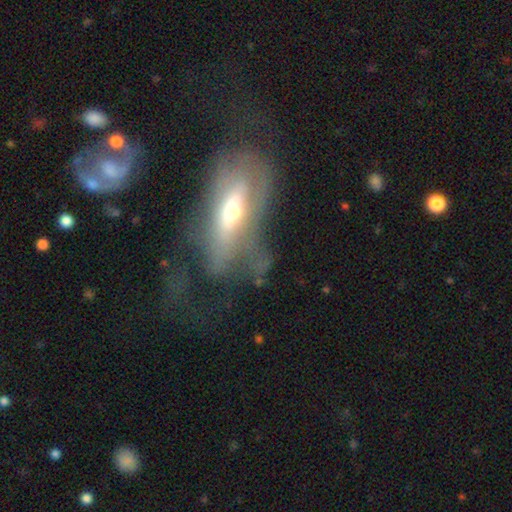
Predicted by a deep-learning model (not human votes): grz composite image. It shows a featured or disk galaxy (60%). Merging: major disturbance (42%).